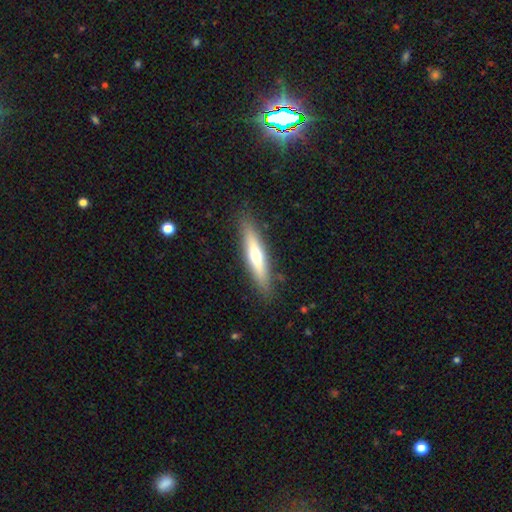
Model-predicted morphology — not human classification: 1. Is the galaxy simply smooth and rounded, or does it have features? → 48% featured or disk, 46% smooth, 6% star or artifact.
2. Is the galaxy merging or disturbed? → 88% none, 9% minor disturbance, 2% major disturbance, 1% merger.